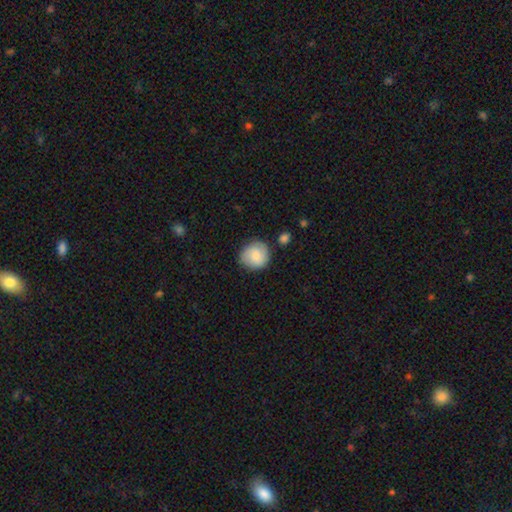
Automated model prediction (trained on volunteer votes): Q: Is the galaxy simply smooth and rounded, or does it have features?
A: smooth — 72%.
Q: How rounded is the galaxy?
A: round — 89%.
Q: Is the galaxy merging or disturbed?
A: none — 78%.